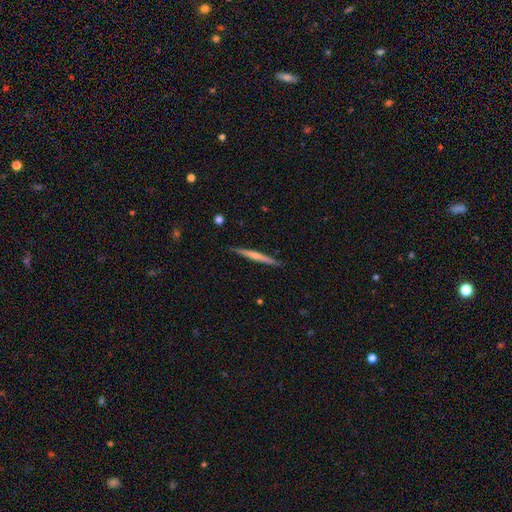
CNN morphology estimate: This appears to be a smooth galaxy with no disk features (48%). Merging: none (88%).